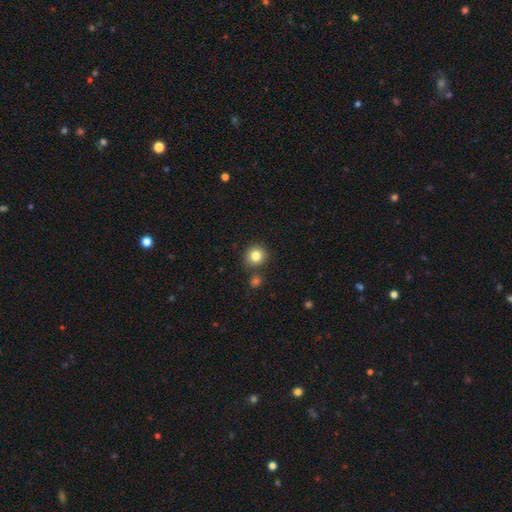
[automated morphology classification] smooth 82%, star or artifact 11%, featured or disk 7%. Down the decision tree: how rounded — round (90%); merging — none (81%).